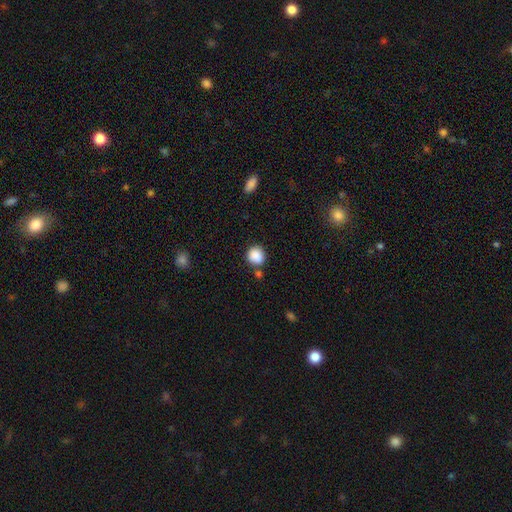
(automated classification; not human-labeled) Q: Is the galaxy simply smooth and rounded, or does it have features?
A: smooth — 88%.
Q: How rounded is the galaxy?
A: round — 84%.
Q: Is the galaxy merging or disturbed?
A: none — 71%.